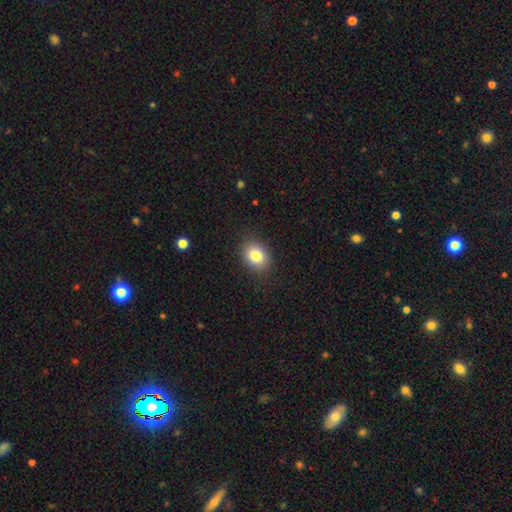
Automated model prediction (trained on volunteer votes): A smooth galaxy with no disk features (82%) that is in between round and cigar-shaped (56%).

Vote fractions:
- Smooth or featured? smooth: 82% / star or artifact: 10% / featured or disk: 9%
- How rounded? in between: 56% / round: 43% / cigar-shaped: 1%
- Merging? none: 88% / minor disturbance: 9% / major disturbance: 3% / merger: 1%